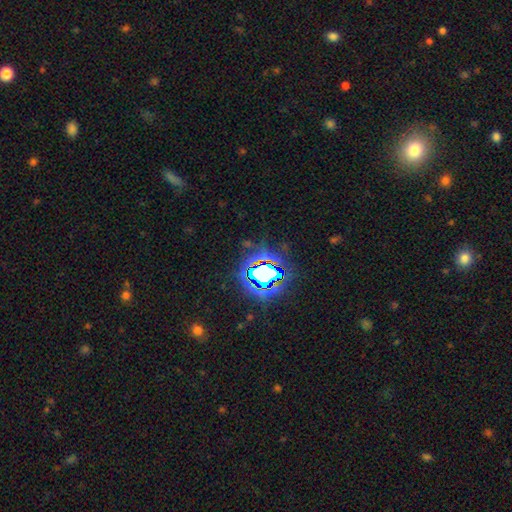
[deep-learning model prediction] Smooth or featured: star or artifact — 80% (smooth — 12%)